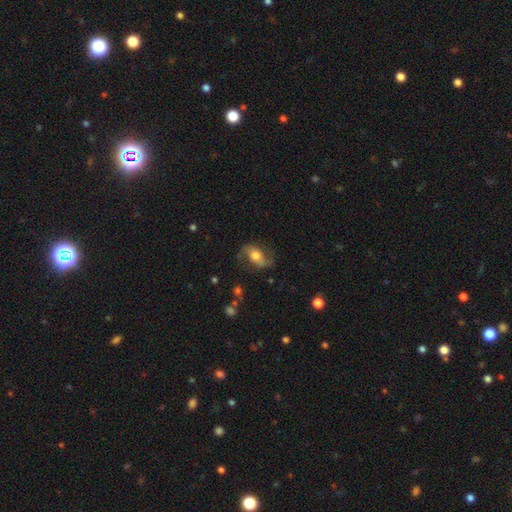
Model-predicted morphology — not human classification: Smooth or featured? featured or disk (66%)
Edge-on disk? no (93%)
Bar? no (41%)
Spiral arms? yes (87%)
Spiral winding? loose (61%)
Spiral arm count? 2 (90%)
Bulge size? moderate (63%)
Merging? none (70%)